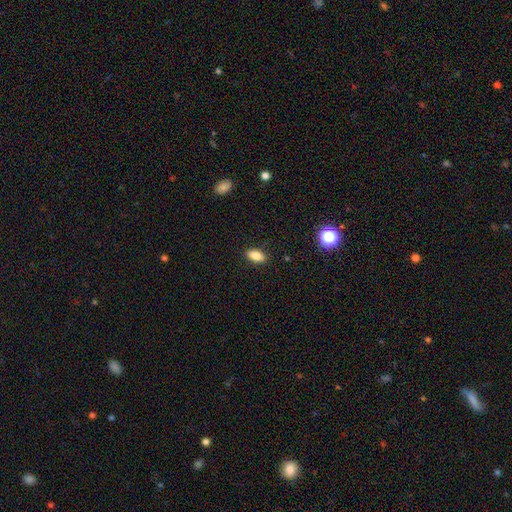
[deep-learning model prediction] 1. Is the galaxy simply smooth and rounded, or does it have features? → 84% smooth, 9% star or artifact, 7% featured or disk.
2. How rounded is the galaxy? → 88% in between, 7% cigar-shaped, 5% round.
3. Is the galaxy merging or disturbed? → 89% none, 8% minor disturbance, 2% major disturbance, 1% merger.